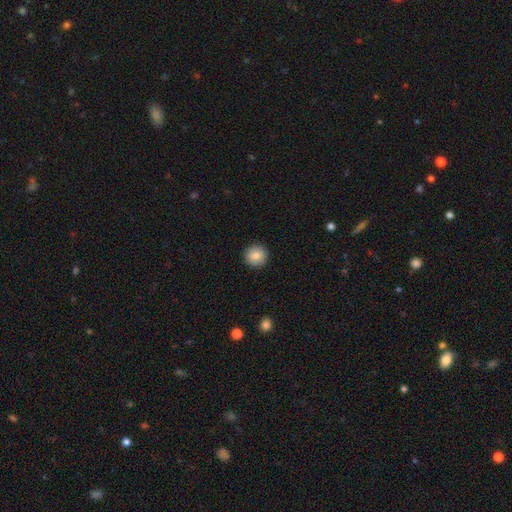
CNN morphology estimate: smooth_or_featured: smooth (p=0.84) [alt: star or artifact p=0.08]
how_rounded: round (p=0.95) [alt: in between p=0.04]
merging: none (p=0.93) [alt: minor disturbance p=0.05]